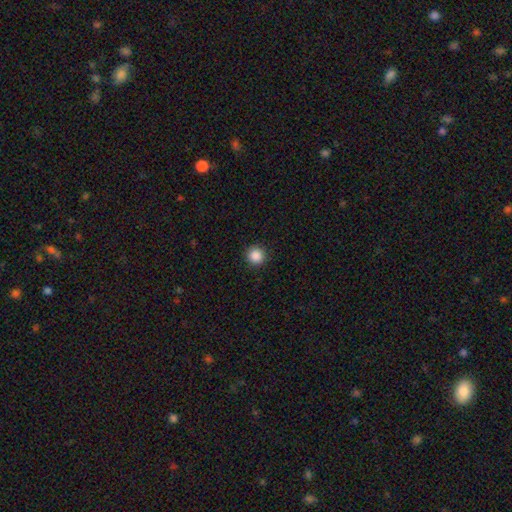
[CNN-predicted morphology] Smooth or featured? smooth (87%)
How rounded? round (95%)
Merging? none (92%)